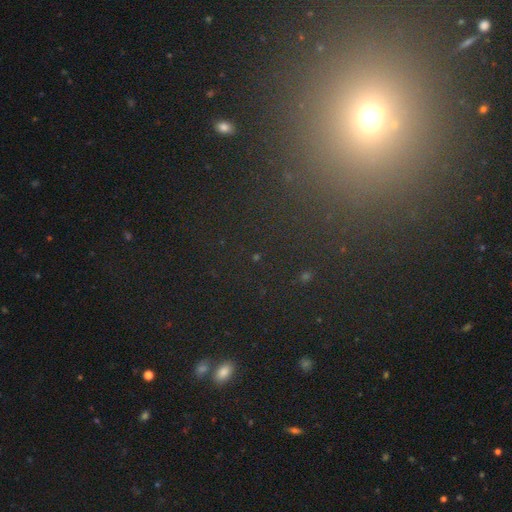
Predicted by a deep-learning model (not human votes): A star or artifact, not a galaxy (54%).